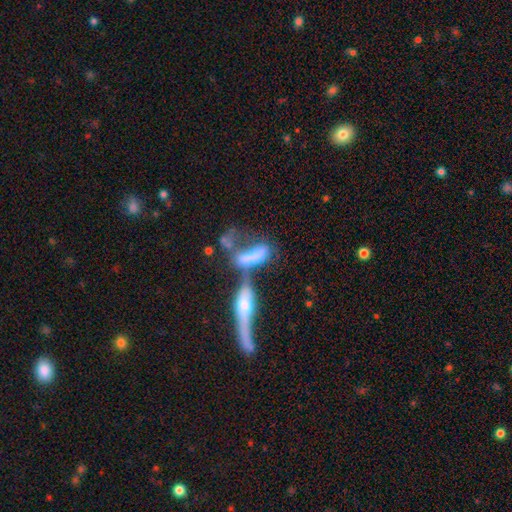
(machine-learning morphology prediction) type=featured or disk (45%); merging=merger (65%).